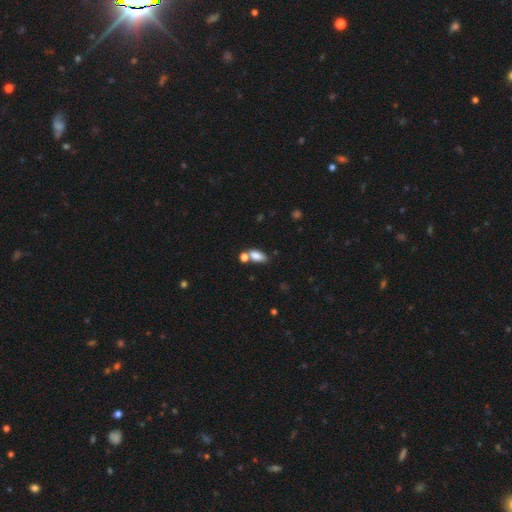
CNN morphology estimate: smooth_or_featured: smooth (p=0.82) [alt: star or artifact p=0.09]
how_rounded: in between (p=0.86) [alt: cigar-shaped p=0.08]
merging: none (p=0.52) [alt: merger p=0.32]